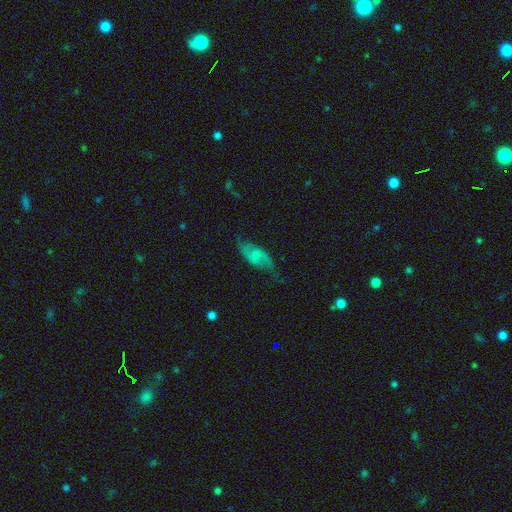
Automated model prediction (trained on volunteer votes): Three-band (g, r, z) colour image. It shows a featured or disk galaxy (60%) with no bar (57%), spiral arms (83%) and a small central bulge (51%). Merging: none (58%).